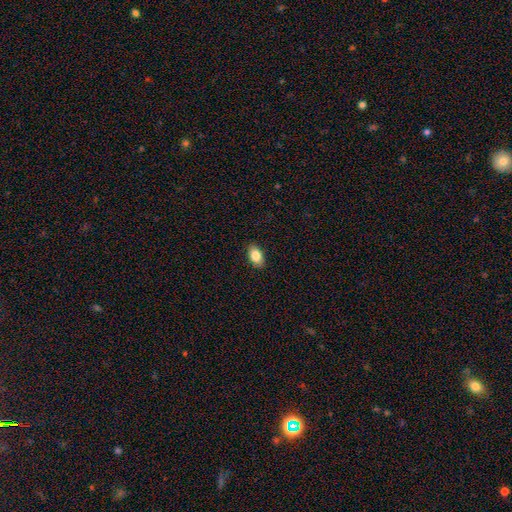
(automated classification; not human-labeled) Smooth or featured?
  - smooth: 85% *
  - featured or disk: 8%
  - star or artifact: 8%
How rounded?
  - in between: 90% *
  - round: 7%
  - cigar-shaped: 2%
Merging?
  - none: 88% *
  - minor disturbance: 9%
  - major disturbance: 2%
  - merger: 1%